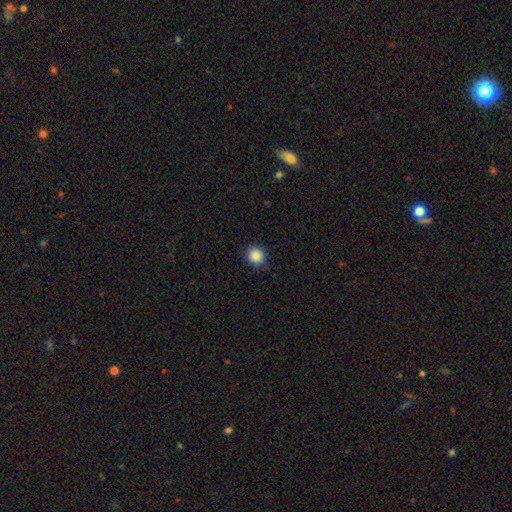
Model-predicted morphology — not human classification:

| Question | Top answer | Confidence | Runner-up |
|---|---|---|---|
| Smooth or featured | smooth | 87% | star or artifact (10%) |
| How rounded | round | 84% | in between (15%) |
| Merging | none | 86% | minor disturbance (11%) |